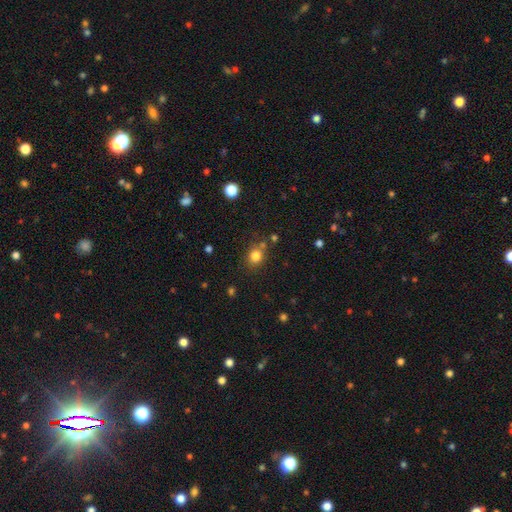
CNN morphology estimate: This appears to be a smooth galaxy with no disk features (80%) that is round (73%). Merging: none (71%).